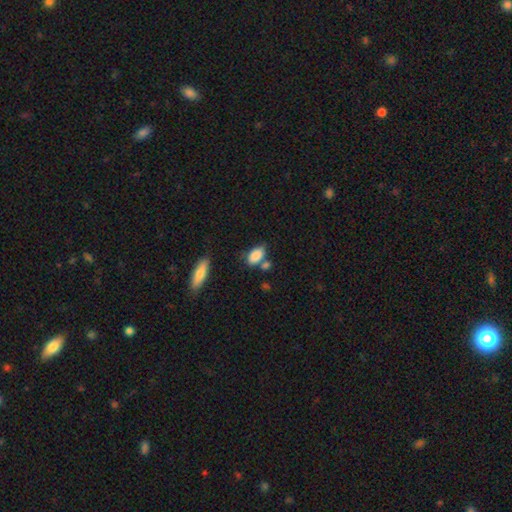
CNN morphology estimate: Smooth or featured? Predicted: smooth (p=0.85). How rounded? Predicted: in between (p=0.90). Merging? Predicted: none (p=0.58).